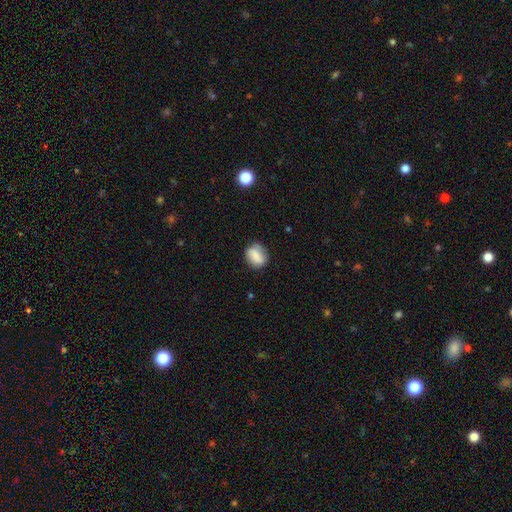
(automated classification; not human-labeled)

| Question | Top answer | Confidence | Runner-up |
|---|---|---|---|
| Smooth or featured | smooth | 76% | featured or disk (15%) |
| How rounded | in between | 51% | round (47%) |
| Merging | none | 72% | minor disturbance (20%) |